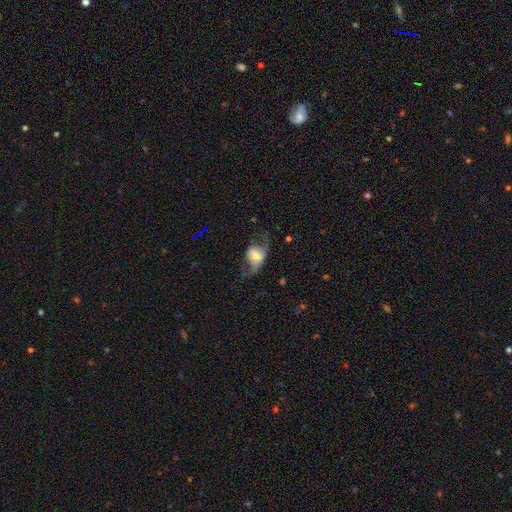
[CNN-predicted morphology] A featured or disk galaxy (53%). Merging: none (43%).